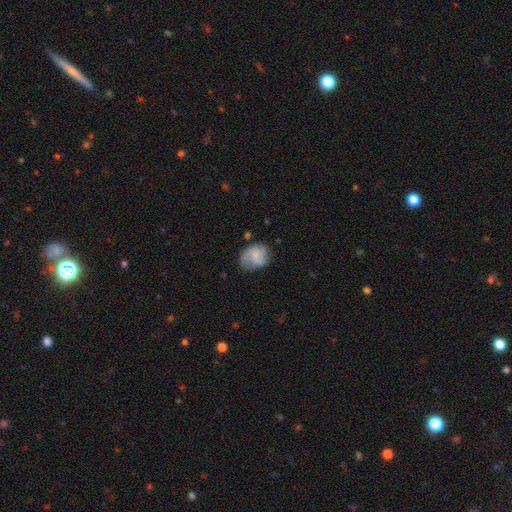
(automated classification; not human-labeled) Smooth or featured?
  - smooth: 57% *
  - featured or disk: 35%
  - star or artifact: 8%
How rounded?
  - round: 50% *
  - in between: 49%
  - cigar-shaped: 1%
Merging?
  - none: 53% *
  - minor disturbance: 30%
  - major disturbance: 14%
  - merger: 3%